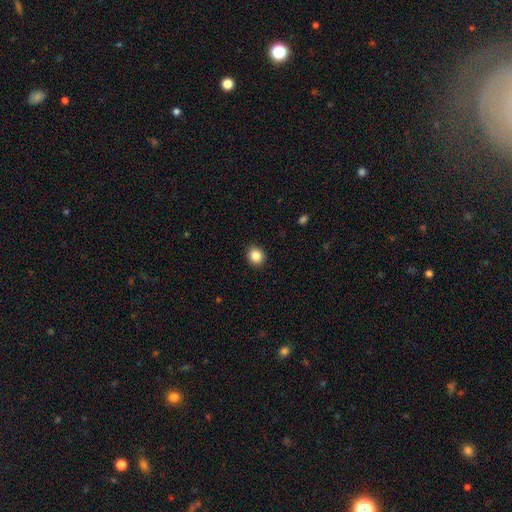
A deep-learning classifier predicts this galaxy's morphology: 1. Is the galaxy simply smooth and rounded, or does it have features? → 86% smooth, 10% star or artifact, 4% featured or disk.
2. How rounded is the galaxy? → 81% round, 19% in between, 1% cigar-shaped.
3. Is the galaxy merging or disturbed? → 91% none, 6% minor disturbance, 2% major disturbance, 1% merger.